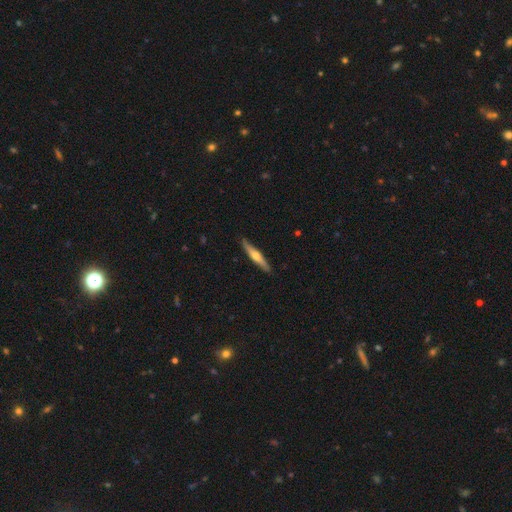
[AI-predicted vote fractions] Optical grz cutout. It shows a featured or disk galaxy (58%) viewed edge-on (95%) with a rounded central bulge (88%). Merging: none (89%).